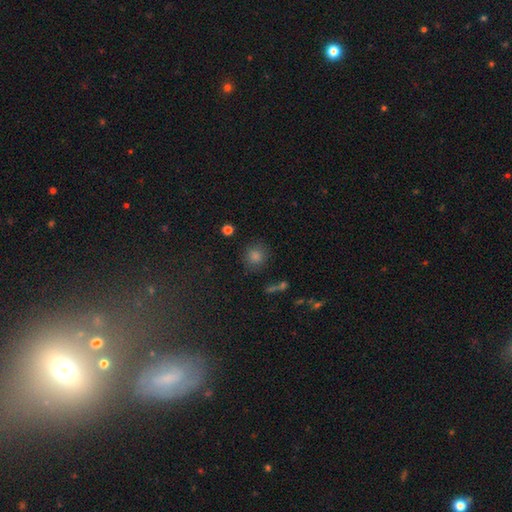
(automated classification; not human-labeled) Overall: smooth (77%). How rounded: round (88%). Merging: none (83%).